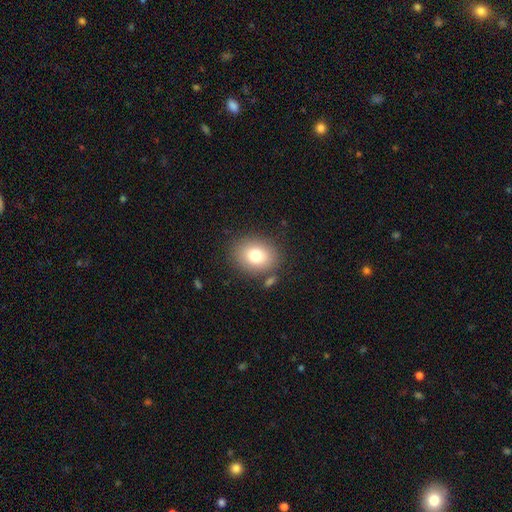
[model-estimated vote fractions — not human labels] smooth-or-featured: smooth: 78% | featured or disk: 12% | star or artifact: 10%
  how-rounded: in between: 53% | round: 46% | cigar-shaped: 1%
  merging: none: 81% | minor disturbance: 10% | merger: 5% | major disturbance: 4%